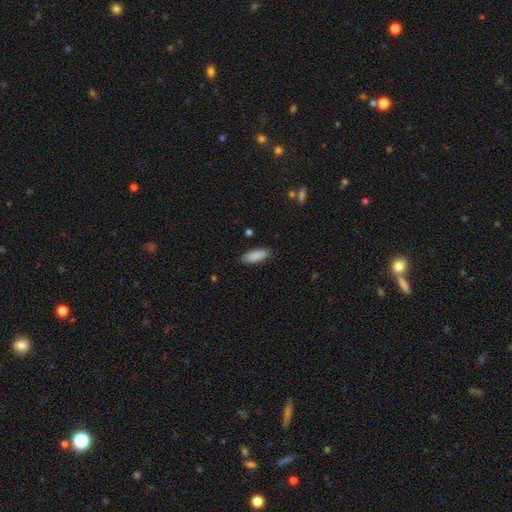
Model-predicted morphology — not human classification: Smooth or featured: smooth — 89% (star or artifact — 6%)
How rounded: in between — 70% (cigar-shaped — 29%)
Merging: none — 86% (minor disturbance — 11%)